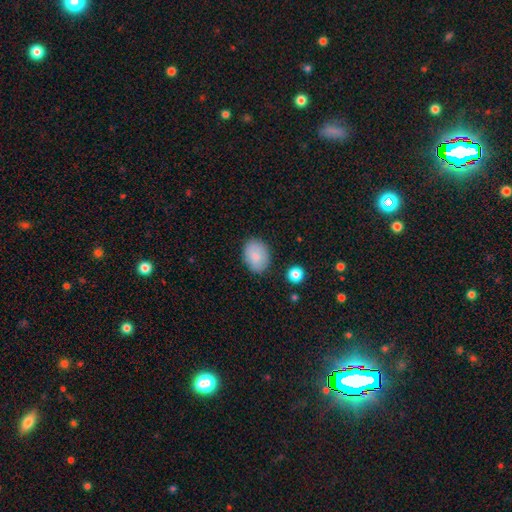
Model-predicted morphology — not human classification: Overall: smooth (82%). How rounded: in between (71%). Merging: none (81%).